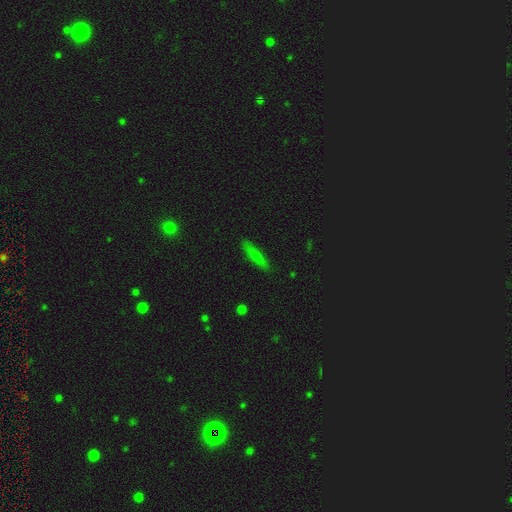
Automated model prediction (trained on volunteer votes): Smooth or featured?
  - smooth: 71% *
  - featured or disk: 21%
  - star or artifact: 9%
How rounded?
  - cigar-shaped: 84% *
  - in between: 14%
  - round: 2%
Merging?
  - none: 87% *
  - minor disturbance: 9%
  - major disturbance: 2%
  - merger: 1%